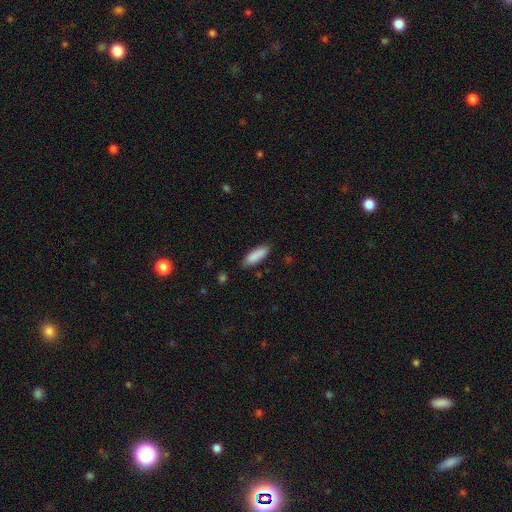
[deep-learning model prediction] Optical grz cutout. It shows a smooth galaxy with no disk features (86%) that is in between round and cigar-shaped (58%). Merging: none (81%).